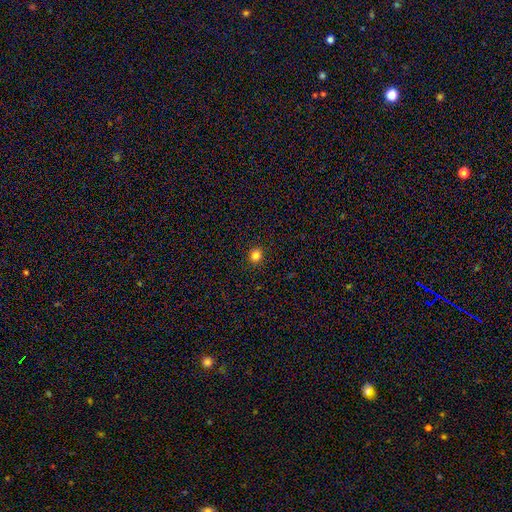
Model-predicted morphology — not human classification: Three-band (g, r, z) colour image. It shows a smooth galaxy with no disk features (83%) that is round (72%). Merging: none (92%).